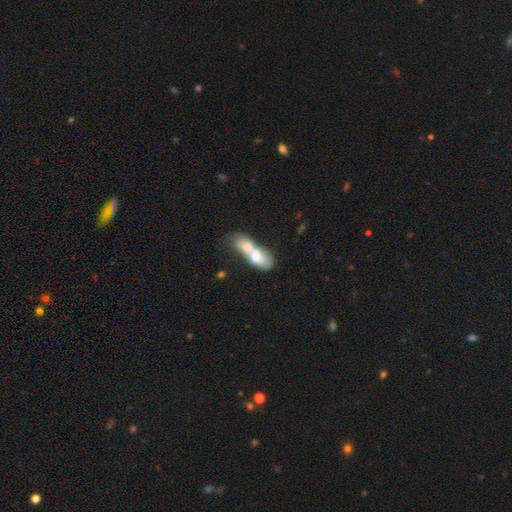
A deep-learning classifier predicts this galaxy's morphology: smooth 55%, featured or disk 37%, star or artifact 7%. Down the decision tree: how rounded — in between (70%); merging — merger (76%).